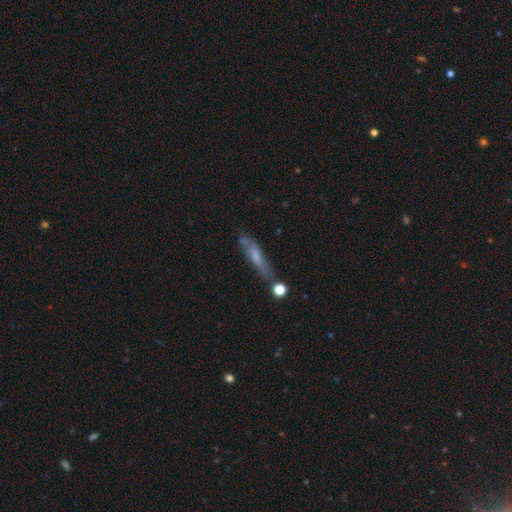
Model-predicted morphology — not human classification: Smooth or featured: smooth — 53% (featured or disk — 38%)
How rounded: cigar-shaped — 81% (in between — 16%)
Merging: none — 58% (minor disturbance — 23%)